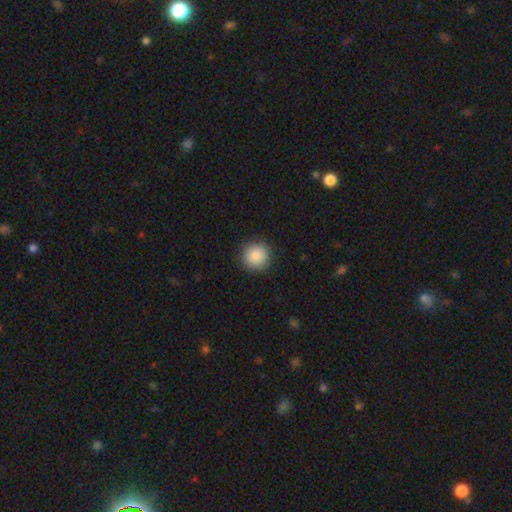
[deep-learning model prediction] Q: Smooth or featured?
A: smooth (88%); runner-up: star or artifact (9%)
Q: How rounded?
A: round (95%); runner-up: in between (4%)
Q: Merging?
A: none (91%); runner-up: minor disturbance (6%)